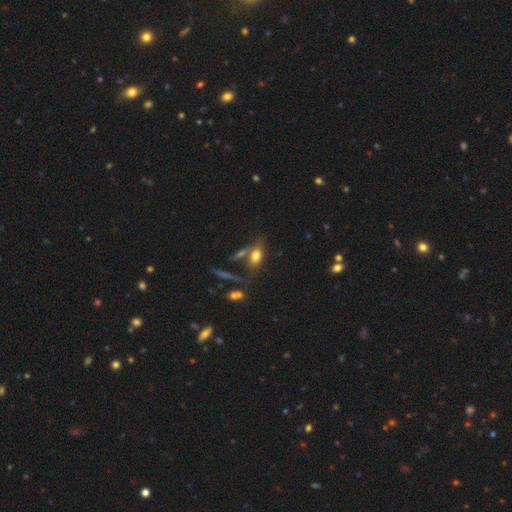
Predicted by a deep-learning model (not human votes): Q: Smooth or featured?
A: smooth (73%); runner-up: featured or disk (16%)
Q: How rounded?
A: in between (81%); runner-up: round (13%)
Q: Merging?
A: none (52%); runner-up: merger (24%)